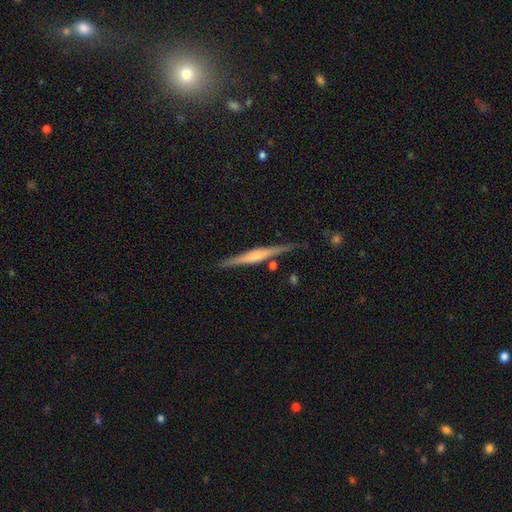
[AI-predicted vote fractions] A featured or disk galaxy (71%) viewed edge-on (98%) with a rounded central bulge (65%). Merging: none (85%).